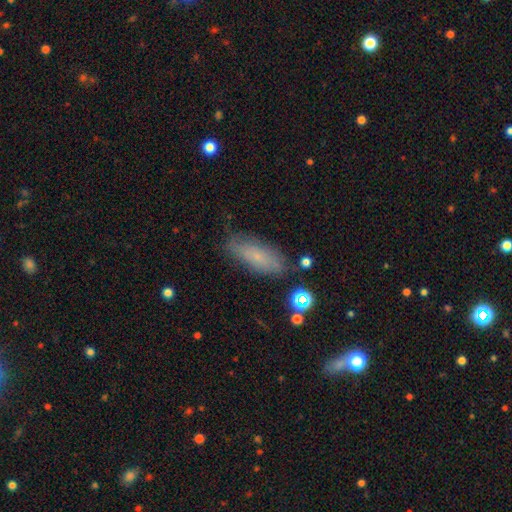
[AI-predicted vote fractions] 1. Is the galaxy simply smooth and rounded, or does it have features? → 69% smooth, 23% featured or disk, 9% star or artifact.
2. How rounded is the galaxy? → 72% in between, 25% cigar-shaped, 3% round.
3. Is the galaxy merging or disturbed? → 73% none, 19% minor disturbance, 5% major disturbance, 3% merger.